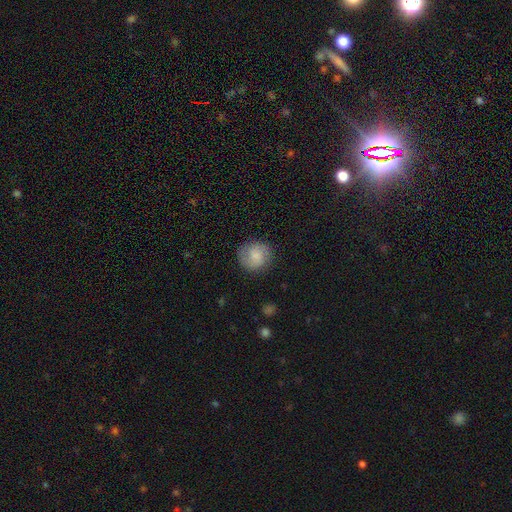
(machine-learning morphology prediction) This is possibly a smooth galaxy (50%). How rounded: clearly round (86%). Merging: clearly none (83%).